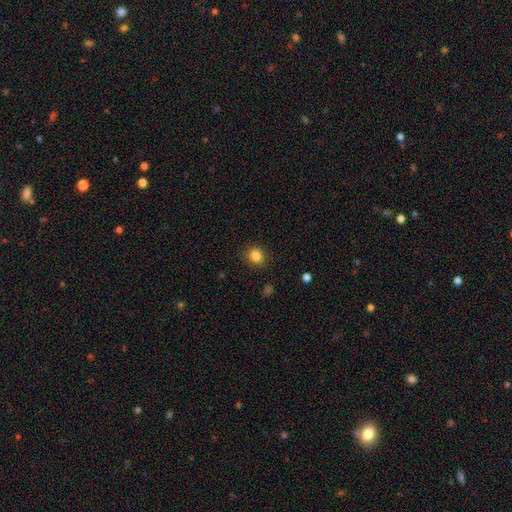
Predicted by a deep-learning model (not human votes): This appears to be a smooth galaxy with no disk features (85%) that is round (75%). Merging: none (88%).